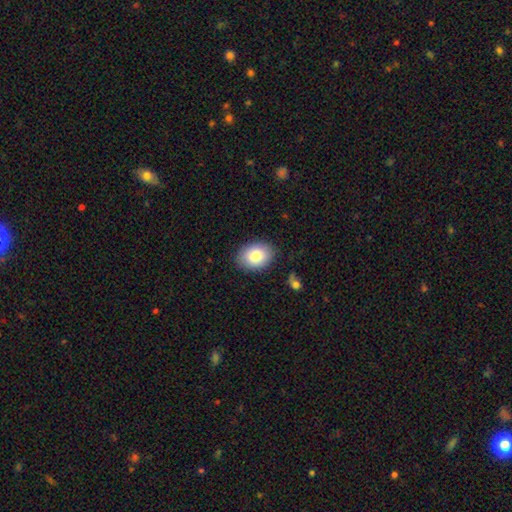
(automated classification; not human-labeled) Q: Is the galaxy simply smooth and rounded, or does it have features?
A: smooth — 84%.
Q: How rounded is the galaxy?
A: in between — 79%.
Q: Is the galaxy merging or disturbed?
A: none — 86%.